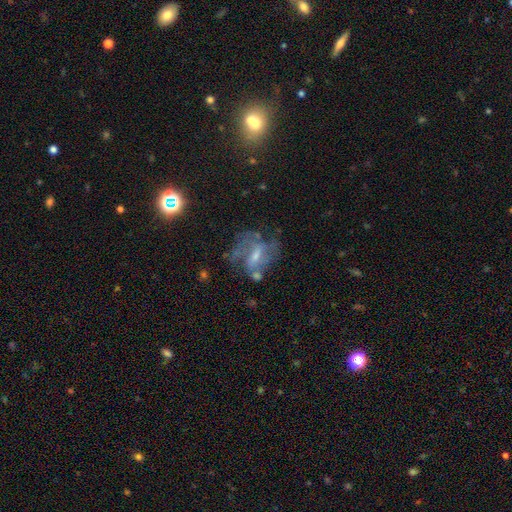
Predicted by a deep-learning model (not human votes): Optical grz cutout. It shows a featured or disk galaxy (63%) with a weak bar (46%), spiral arms (64%) and a small central bulge (45%). Merging: none (48%).